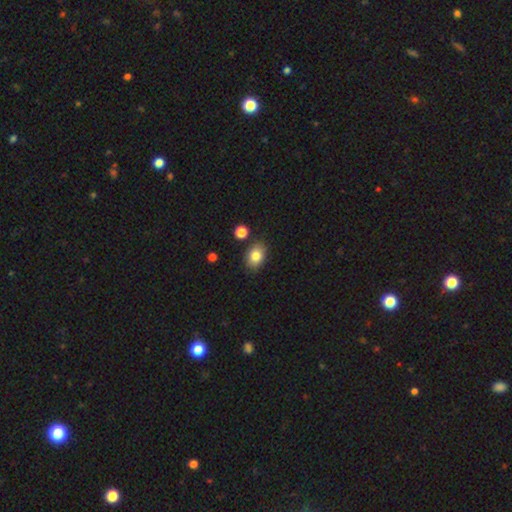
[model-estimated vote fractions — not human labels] smooth_or_featured: smooth (p=0.82) [alt: star or artifact p=0.09]
how_rounded: in between (p=0.75) [alt: round p=0.24]
merging: none (p=0.82) [alt: minor disturbance p=0.11]